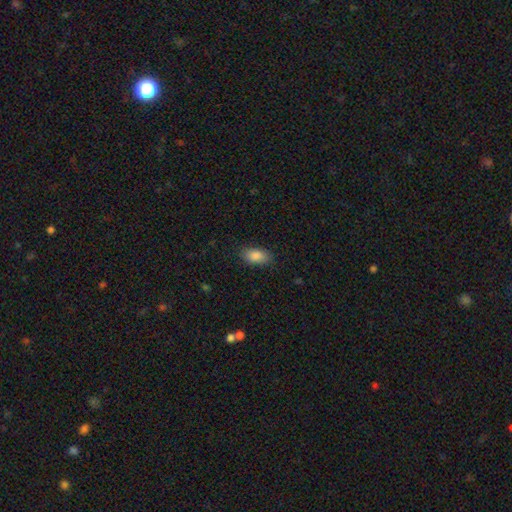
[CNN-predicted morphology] smooth_or_featured: smooth (p=0.87) [alt: star or artifact p=0.07]
how_rounded: in between (p=0.91) [alt: cigar-shaped p=0.05]
merging: none (p=0.84) [alt: minor disturbance p=0.12]